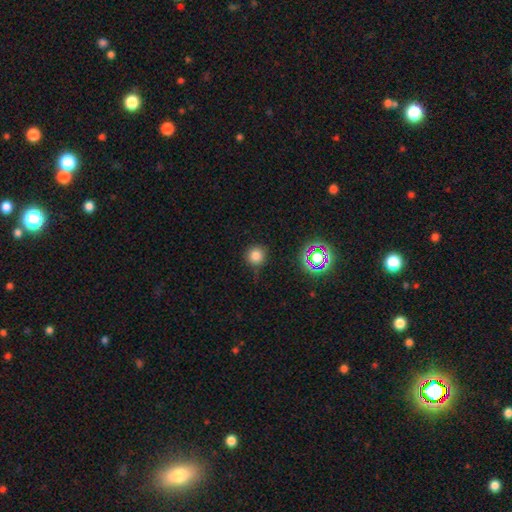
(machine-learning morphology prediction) Smooth or featured?
  - smooth: 78% *
  - star or artifact: 16%
  - featured or disk: 5%
How rounded?
  - round: 94% *
  - in between: 5%
  - cigar-shaped: 1%
Merging?
  - none: 80% *
  - minor disturbance: 13%
  - major disturbance: 4%
  - merger: 2%